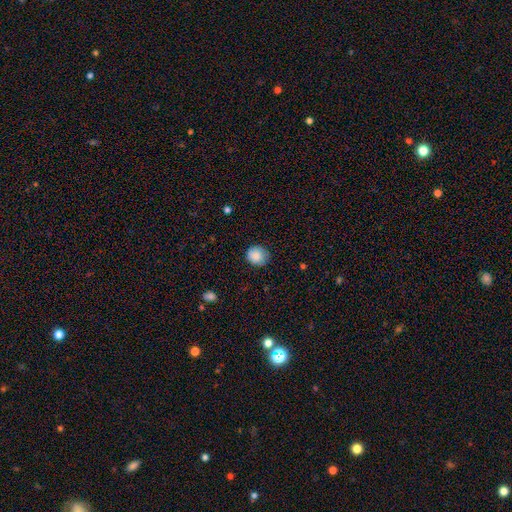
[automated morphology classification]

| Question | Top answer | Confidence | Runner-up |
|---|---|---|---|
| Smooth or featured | smooth | 87% | star or artifact (8%) |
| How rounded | round | 86% | in between (13%) |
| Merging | none | 80% | minor disturbance (16%) |